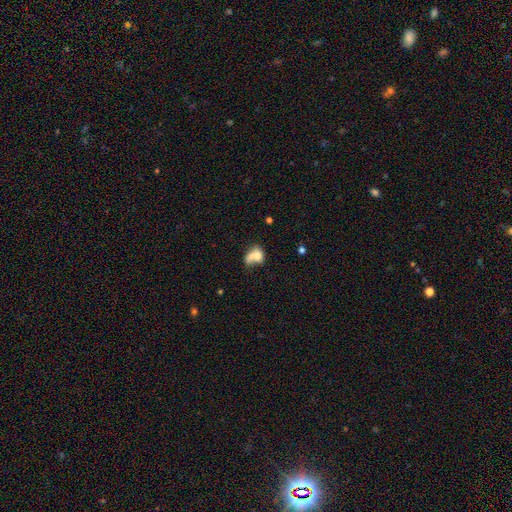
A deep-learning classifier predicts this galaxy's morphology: Smooth or featured?
  - smooth: 66% *
  - featured or disk: 24%
  - star or artifact: 10%
How rounded?
  - in between: 65% *
  - round: 33%
  - cigar-shaped: 2%
Merging?
  - merger: 56% *
  - none: 20%
  - major disturbance: 14%
  - minor disturbance: 11%